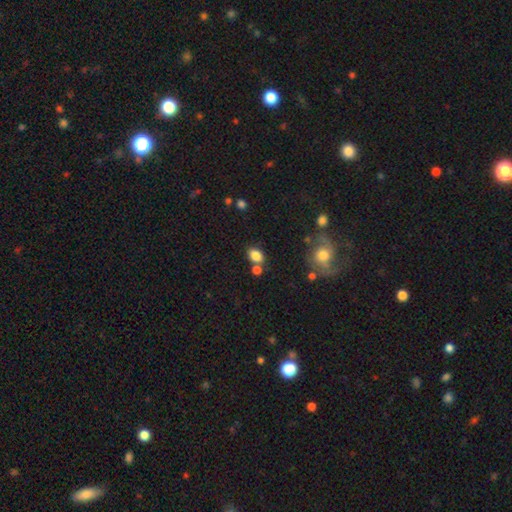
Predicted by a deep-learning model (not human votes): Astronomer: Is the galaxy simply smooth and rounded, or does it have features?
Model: smooth — 83%.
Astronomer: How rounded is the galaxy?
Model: in between — 77%.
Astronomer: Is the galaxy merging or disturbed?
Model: none — 62%.